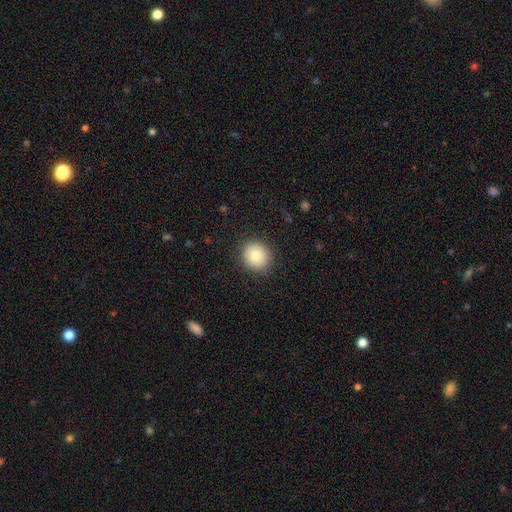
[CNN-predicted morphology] The model was most divided on "smooth or featured": smooth: 80%, featured or disk: 11%, star or artifact: 10%. More confident: merging — none (89%); how rounded — round (86%).